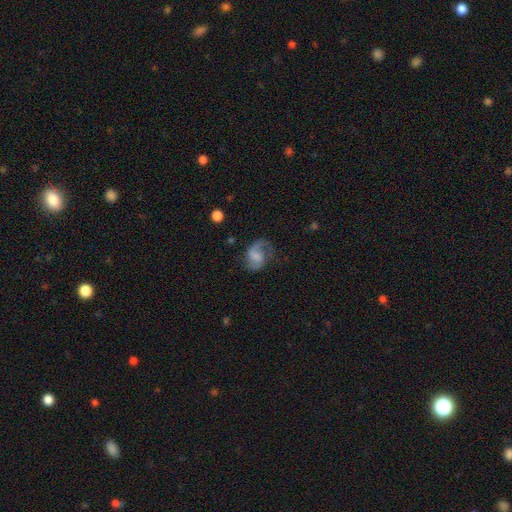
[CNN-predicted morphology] Smooth or featured? Predicted: featured or disk (p=0.68). Edge-on disk? Predicted: no (p=0.98). Bar? Predicted: weak (p=0.45). Spiral arms? Predicted: yes (p=0.92). Spiral winding? Predicted: loose (p=0.48). Spiral arm count? Predicted: 2 (p=0.65). Bulge size? Predicted: none (p=0.45). Merging? Predicted: none (p=0.53).